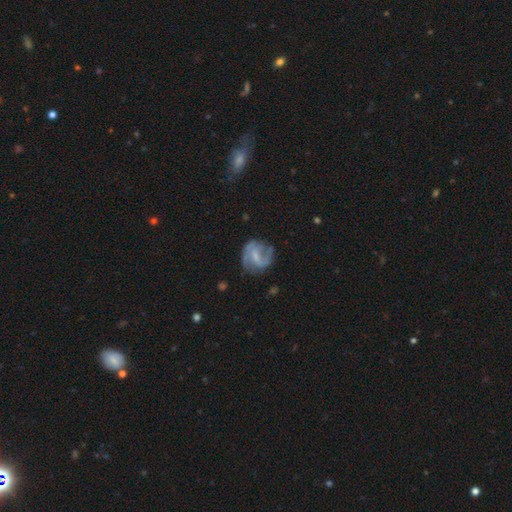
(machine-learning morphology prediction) The model was most divided on "spiral winding": medium: 49%, loose: 29%, tight: 22%. Remaining: edge-on disk — no (98%); spiral arms — yes (92%); smooth or featured — featured or disk (78%); spiral arm count — 2 (72%); merging — none (65%); bar — weak (52%); bulge size — small (48%).